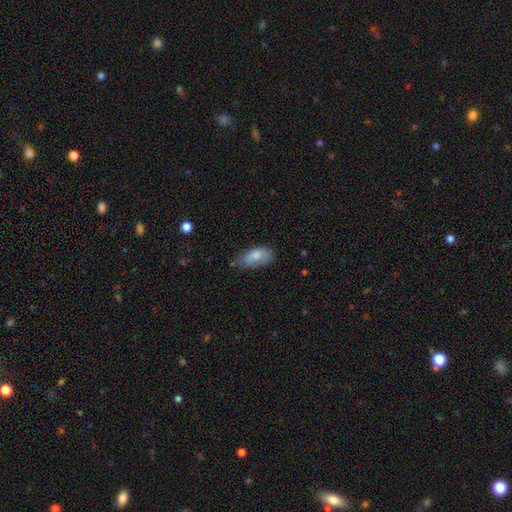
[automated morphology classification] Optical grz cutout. It shows a smooth galaxy with no disk features (81%) that is in between round and cigar-shaped (90%). Merging: none (47%).